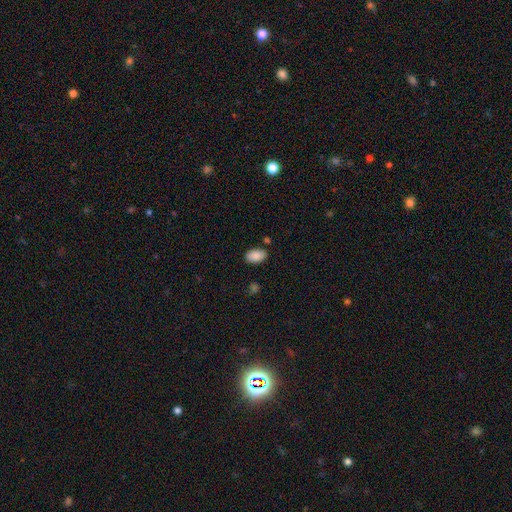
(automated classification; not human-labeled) smooth 89%, star or artifact 7%, featured or disk 4%. Down the decision tree: how rounded — in between (92%); merging — none (83%).